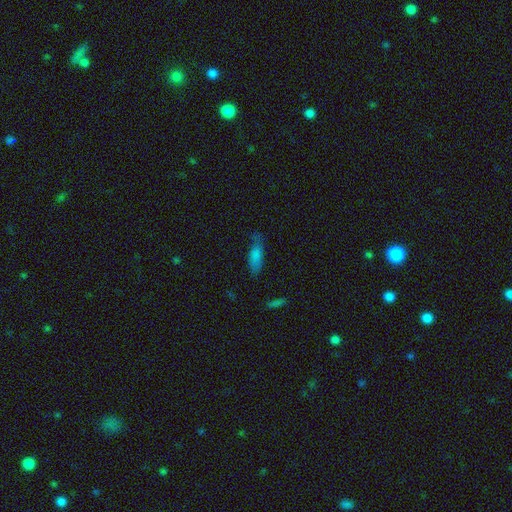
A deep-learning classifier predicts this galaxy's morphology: smooth 80%, featured or disk 11%, star or artifact 9%. Down the decision tree: how rounded — in between (63%); merging — none (59%).